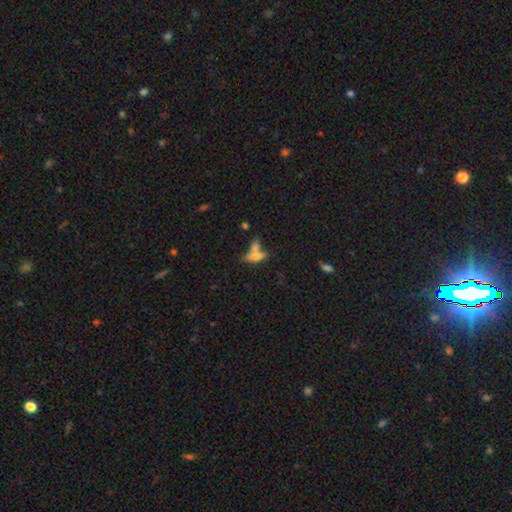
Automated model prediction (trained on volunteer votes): A smooth galaxy with no disk features (60%) that is in between round and cigar-shaped (56%).

Vote fractions:
- Smooth or featured? smooth: 60% / featured or disk: 29% / star or artifact: 11%
- How rounded? in between: 56% / cigar-shaped: 38% / round: 5%
- Merging? merger: 45% / none: 37% / minor disturbance: 11% / major disturbance: 7%